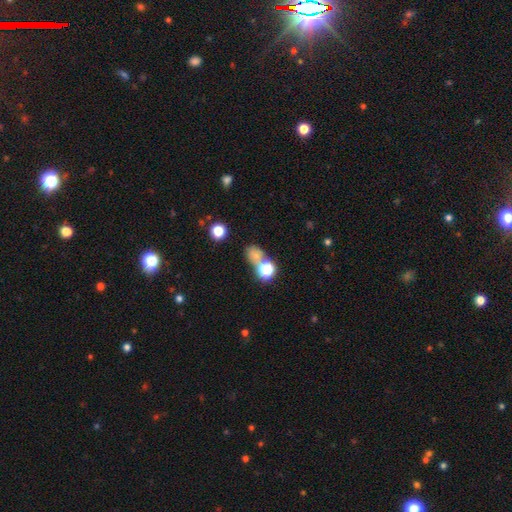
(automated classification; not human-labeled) A smooth galaxy with no disk features (61%) that is round (53%). Merging: none (42%).